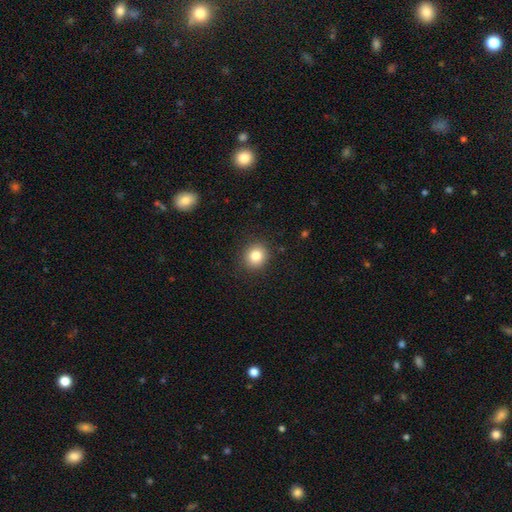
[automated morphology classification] smooth_or_featured: smooth (p=0.82) [alt: star or artifact p=0.11]
how_rounded: round (p=0.84) [alt: in between p=0.15]
merging: none (p=0.90) [alt: minor disturbance p=0.07]